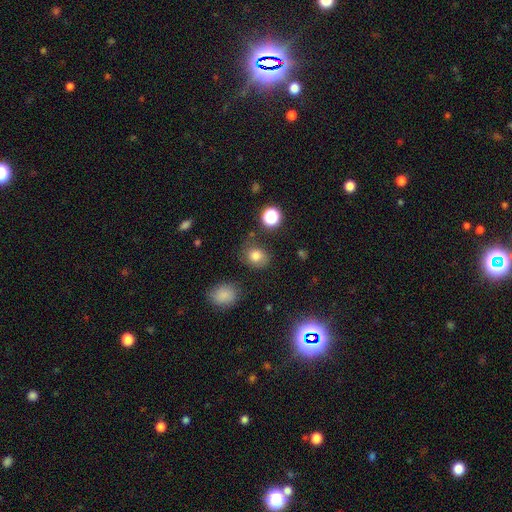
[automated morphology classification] Smooth or featured: smooth — 78% (star or artifact — 14%)
How rounded: round — 65% (in between — 34%)
Merging: none — 67% (minor disturbance — 20%)